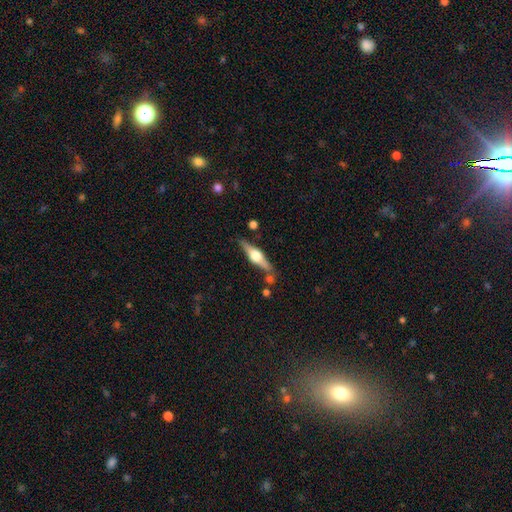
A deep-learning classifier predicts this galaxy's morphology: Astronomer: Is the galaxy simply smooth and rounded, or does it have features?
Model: featured or disk — 75%.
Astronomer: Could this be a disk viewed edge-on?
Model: yes — 97%.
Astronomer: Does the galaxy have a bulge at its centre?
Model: rounded — 94%.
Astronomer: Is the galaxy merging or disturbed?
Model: none — 81%.